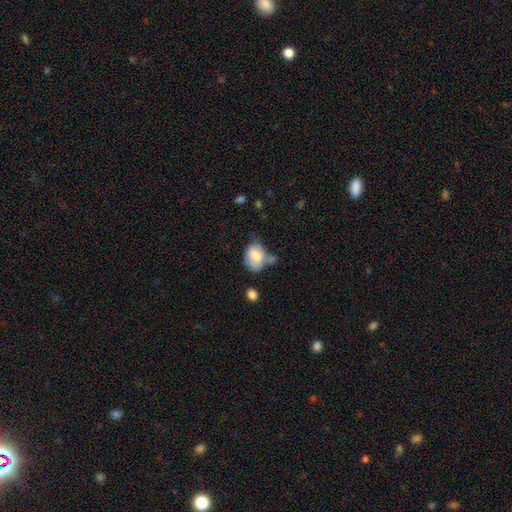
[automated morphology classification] Overall: smooth (70%). How rounded: in between (79%). Merging: none (32%, tied with minor disturbance).